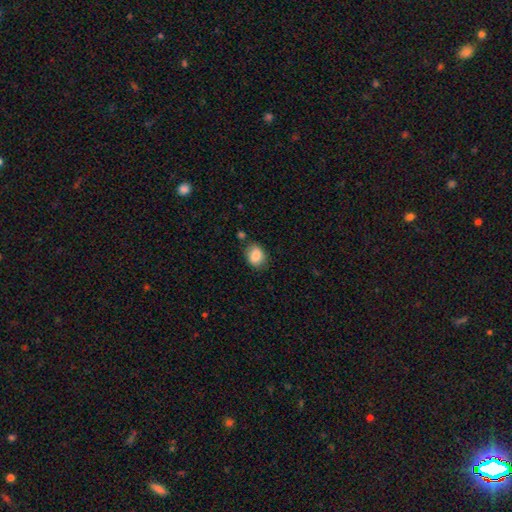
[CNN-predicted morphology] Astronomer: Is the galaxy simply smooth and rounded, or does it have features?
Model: smooth — 86%.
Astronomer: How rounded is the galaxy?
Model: in between — 57% (runner-up: round, 42%).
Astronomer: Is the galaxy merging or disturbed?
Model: none — 75%.